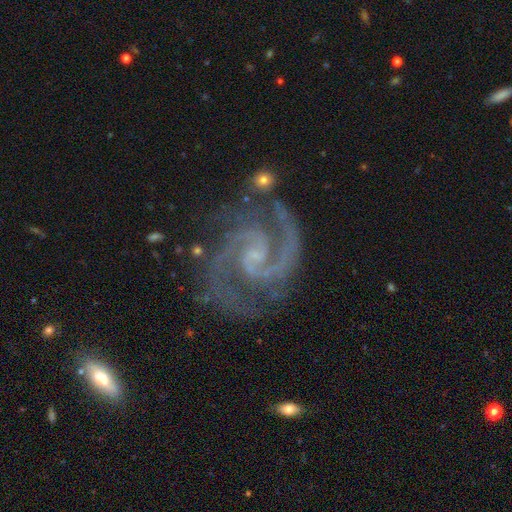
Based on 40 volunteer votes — Smooth or featured? featured or disk (92%)
Edge-on disk? no (97%)
Bar? no (53%)
Spiral arms? yes (100%)
Spiral winding? medium (83%)
Spiral arm count? 2 (97%)
Bulge size? small (78%)
Merging? none (69%)